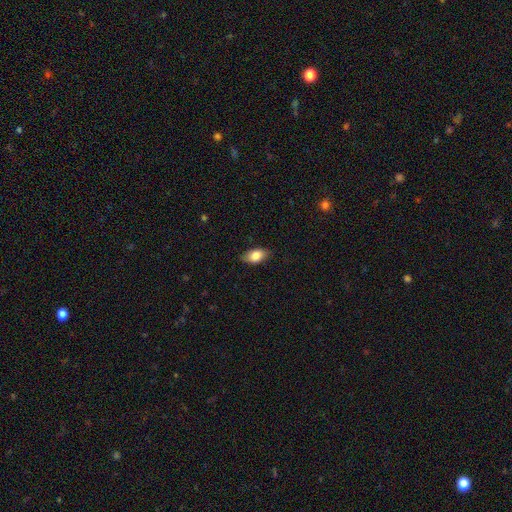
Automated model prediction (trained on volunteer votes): This is clearly a smooth galaxy (82%). How rounded: clearly in between (90%). Merging: clearly none (83%).